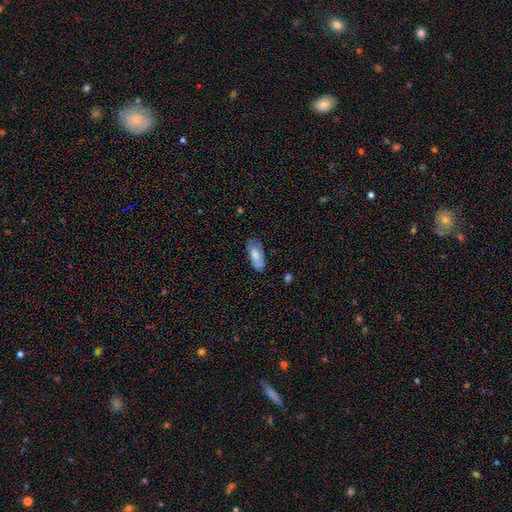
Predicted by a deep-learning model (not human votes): The model was most divided on "merging": none: 63%, minor disturbance: 27%, major disturbance: 7%, merger: 2%. More confident: how rounded — in between (82%); smooth or featured — smooth (75%).